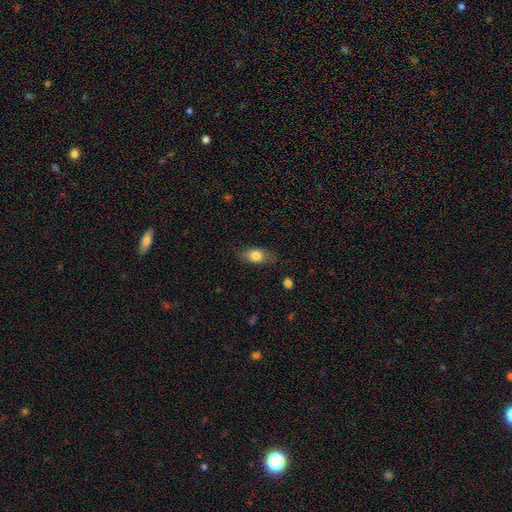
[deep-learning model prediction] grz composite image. It shows a smooth galaxy with no disk features (79%) that is in between round and cigar-shaped (81%). Merging: none (75%).